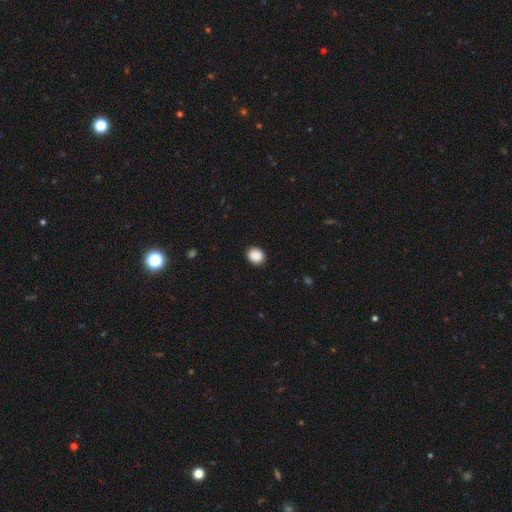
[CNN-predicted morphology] This appears to be a smooth galaxy with no disk features (89%) that is round (69%). Merging: none (90%).